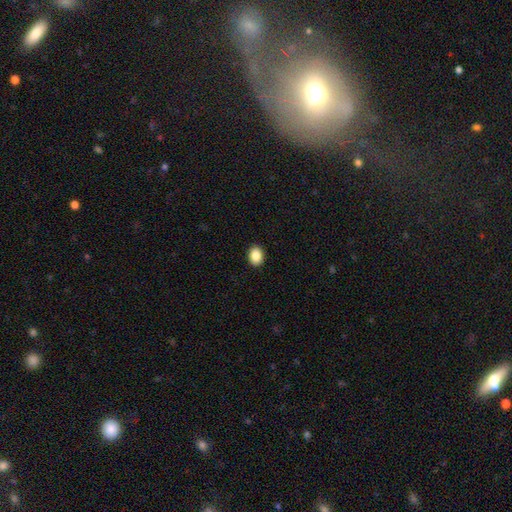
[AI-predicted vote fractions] Smooth or featured?
  - smooth: 88% *
  - star or artifact: 8%
  - featured or disk: 4%
How rounded?
  - in between: 63% *
  - round: 36%
  - cigar-shaped: 1%
Merging?
  - none: 91% *
  - minor disturbance: 6%
  - major disturbance: 2%
  - merger: 1%